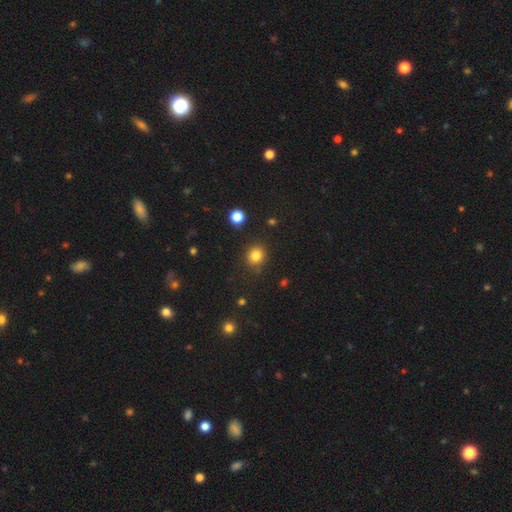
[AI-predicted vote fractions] Q: Smooth or featured?
A: smooth (83%); runner-up: star or artifact (12%)
Q: How rounded?
A: round (86%); runner-up: in between (13%)
Q: Merging?
A: none (87%); runner-up: minor disturbance (8%)